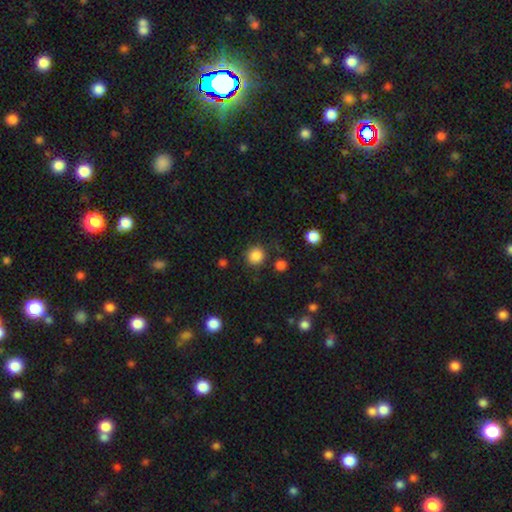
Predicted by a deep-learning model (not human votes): Overall: smooth (86%). How rounded: round (92%). Merging: none (86%).